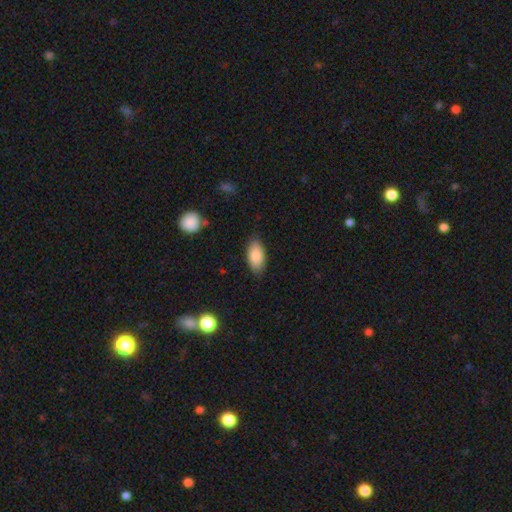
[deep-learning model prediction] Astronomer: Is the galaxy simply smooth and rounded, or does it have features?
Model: smooth — 86%.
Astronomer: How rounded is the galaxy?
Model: in between — 92%.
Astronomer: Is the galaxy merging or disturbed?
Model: none — 83%.